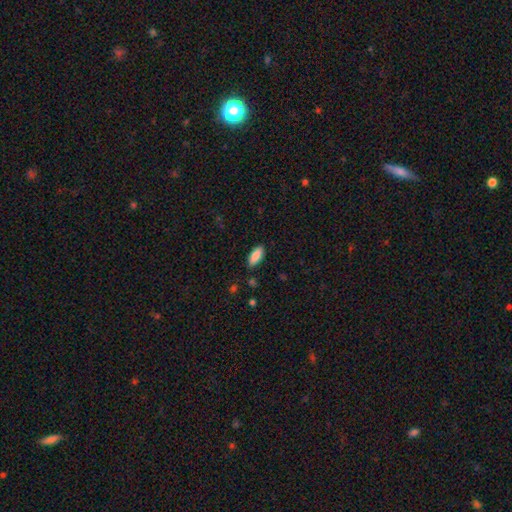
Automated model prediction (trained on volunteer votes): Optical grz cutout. It shows a smooth galaxy with no disk features (89%) that is in between round and cigar-shaped (82%). Merging: none (86%).